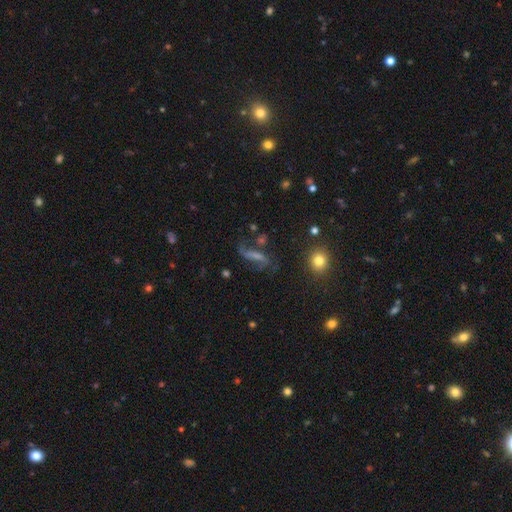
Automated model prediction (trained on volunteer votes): smooth_or_featured: featured or disk (p=0.61) [alt: star or artifact p=0.20]
disk_edge_on: no (p=0.83) [alt: yes p=0.17]
bar: strong (p=0.36) [alt: weak p=0.35]
has_spiral_arms: yes (p=0.84) [alt: no p=0.16]
bulge_size: small (p=0.39) [alt: none p=0.36]
merging: none (p=0.60) [alt: minor disturbance p=0.18]